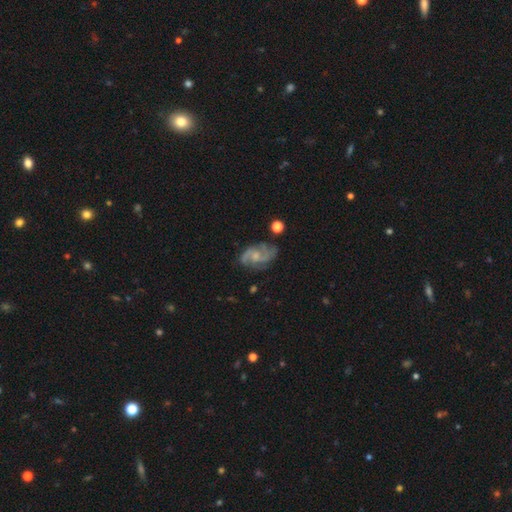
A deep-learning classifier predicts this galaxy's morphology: Overall: featured or disk (83%). Edge-on disk: no (97%). Bar: no (59%; weak 36%). Spiral arms: yes (96%). Spiral arm count: 2 (62%). Spiral winding: medium (52%; tight 25%). Bulge size: small (49%; moderate 36%). Merging: none (70%).